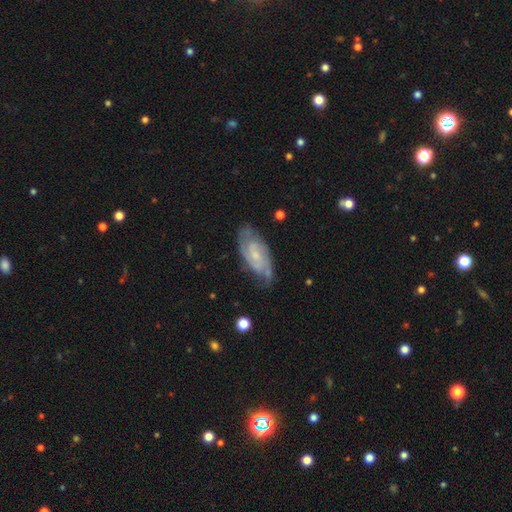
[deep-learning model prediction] smooth-or-featured: featured or disk: 76% | smooth: 18% | star or artifact: 6%
  disk-edge-on: no: 93% | yes: 7%
    bar: no: 56% | weak: 38% | strong: 7%
    has-spiral-arms: yes: 92% | no: 8%
      spiral-winding: tight: 47% | medium: 41% | loose: 12%
      spiral-arm-count: 2: 57% | can't tell: 26% | 3: 9% | 1: 3% | 4: 3% | more than 4: 2%
    bulge-size: small: 66% | moderate: 23% | none: 9% | large: 1% | dominant: 1%
  merging: none: 68% | minor disturbance: 23% | major disturbance: 7% | merger: 2%